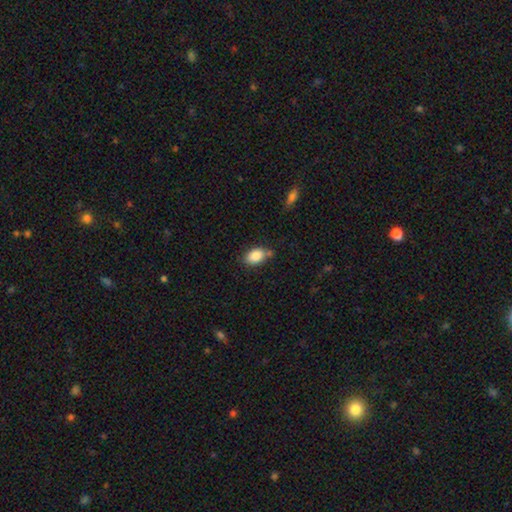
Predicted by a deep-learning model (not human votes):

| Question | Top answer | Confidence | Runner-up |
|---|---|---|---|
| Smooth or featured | smooth | 87% | star or artifact (8%) |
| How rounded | in between | 85% | round (14%) |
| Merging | none | 71% | minor disturbance (17%) |